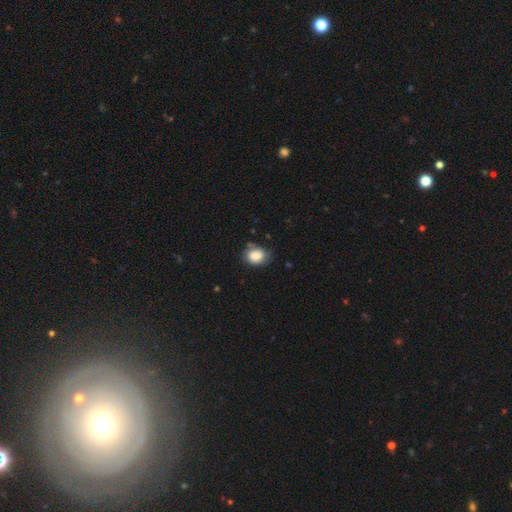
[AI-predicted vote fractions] smooth_or_featured: smooth (p=0.79) [alt: featured or disk p=0.13]
how_rounded: in between (p=0.55) [alt: round p=0.44]
merging: none (p=0.57) [alt: minor disturbance p=0.30]